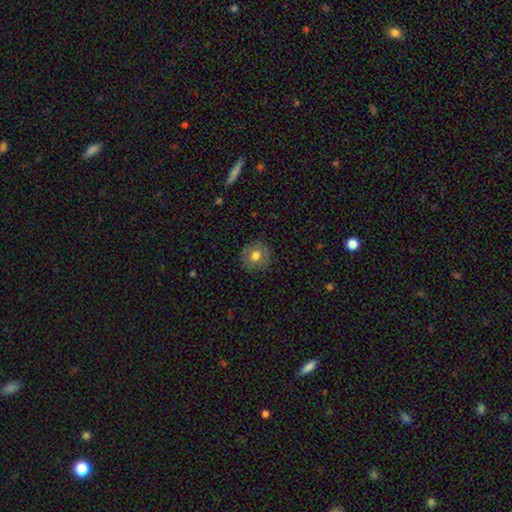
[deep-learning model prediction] The model was most divided on "smooth or featured": smooth: 72%, featured or disk: 19%, star or artifact: 9%. More confident: how rounded — round (91%); merging — none (88%).